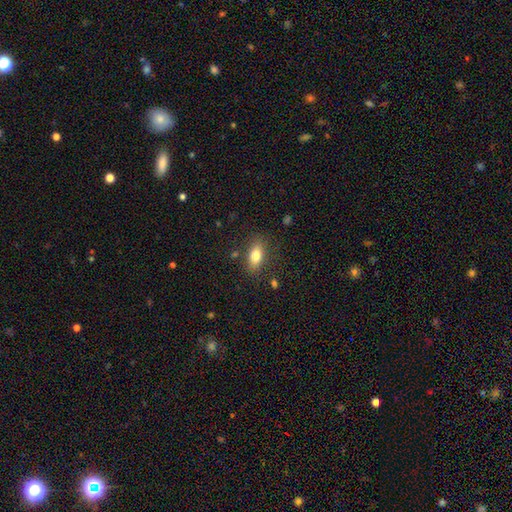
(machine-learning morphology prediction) smooth 78%, featured or disk 13%, star or artifact 8%. Down the decision tree: how rounded — in between (83%); merging — none (82%).